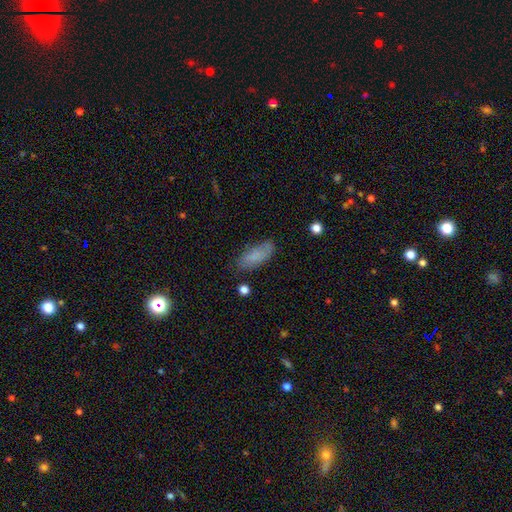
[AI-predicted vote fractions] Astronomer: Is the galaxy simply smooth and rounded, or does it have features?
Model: smooth — 81%.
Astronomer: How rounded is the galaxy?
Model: in between — 76%.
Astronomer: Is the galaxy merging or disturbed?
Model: none — 71%.